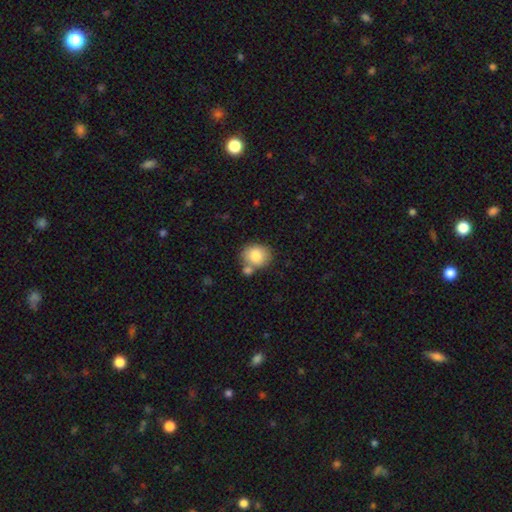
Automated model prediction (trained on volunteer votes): Overall: smooth (81%). How rounded: round (66%; in between 33%). Merging: none (58%; merger 25%).